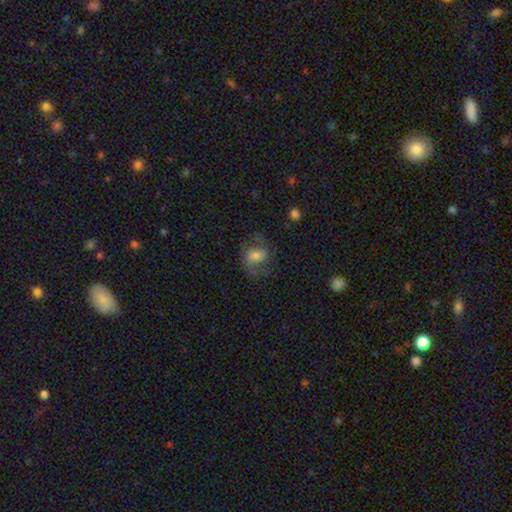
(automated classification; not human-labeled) The model was most divided on "smooth or featured": featured or disk: 46%, smooth: 44%, star or artifact: 10%. More confident: merging — none (60%).